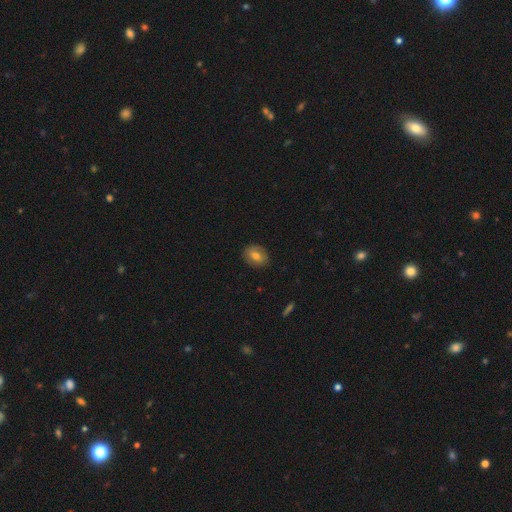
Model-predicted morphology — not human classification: Q: Smooth or featured?
A: smooth (63%); runner-up: featured or disk (28%)
Q: How rounded?
A: in between (53%); runner-up: round (45%)
Q: Merging?
A: none (85%); runner-up: minor disturbance (11%)